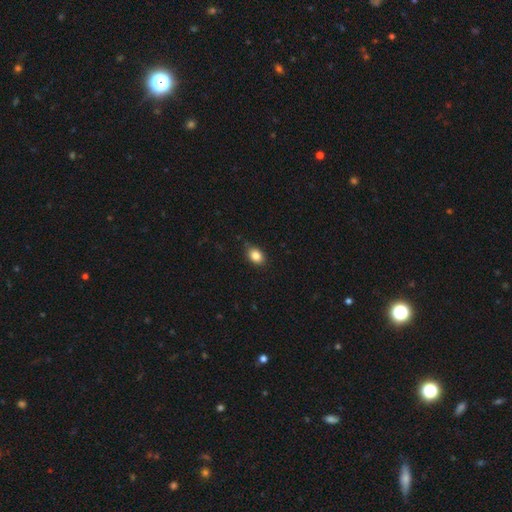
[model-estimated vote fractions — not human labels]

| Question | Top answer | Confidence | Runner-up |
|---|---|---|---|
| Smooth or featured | smooth | 85% | star or artifact (9%) |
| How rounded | in between | 70% | round (28%) |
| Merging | none | 76% | minor disturbance (19%) |